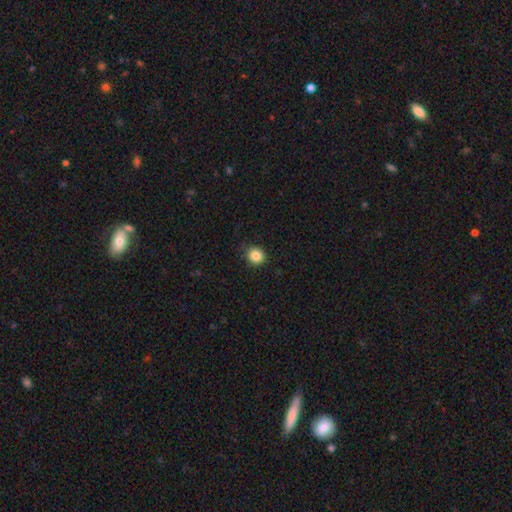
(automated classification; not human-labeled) Morphology: type=smooth (85%); roundness=round (88%); merging=none (85%).